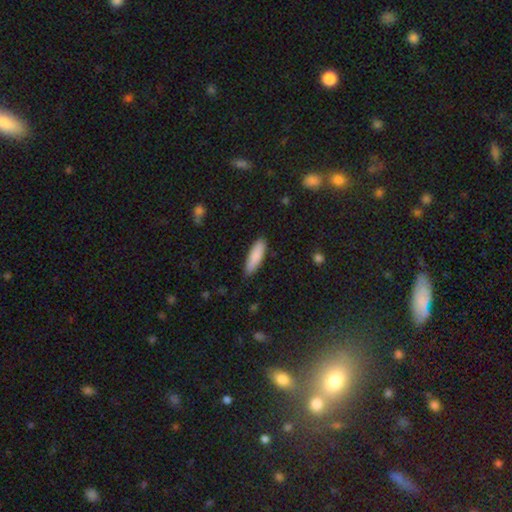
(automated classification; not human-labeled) This is clearly a smooth galaxy (86%). How rounded: possibly cigar-shaped (59%). Merging: clearly none (84%).